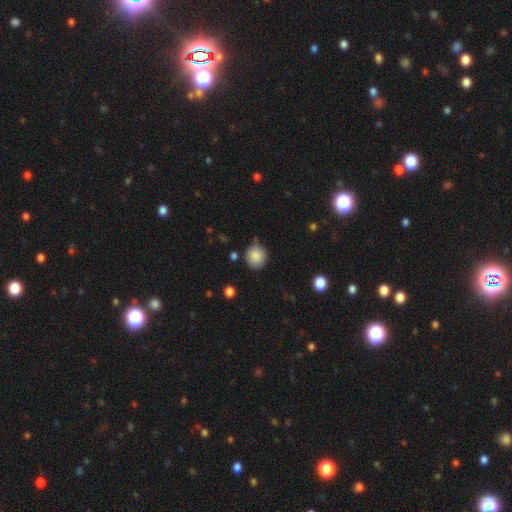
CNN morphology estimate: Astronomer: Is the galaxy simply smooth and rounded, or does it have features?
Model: smooth — 87%.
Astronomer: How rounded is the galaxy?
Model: round — 84%.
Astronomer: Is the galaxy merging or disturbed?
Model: none — 76%.